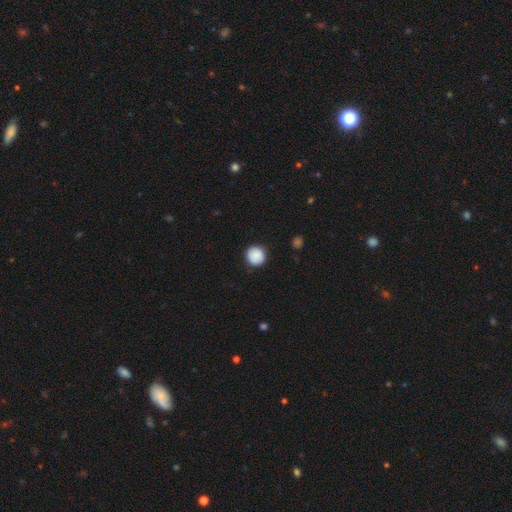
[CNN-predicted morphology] Overall: smooth (88%). How rounded: round (93%). Merging: none (89%).